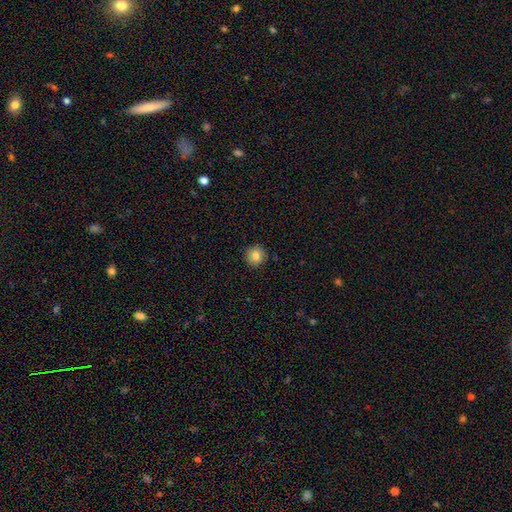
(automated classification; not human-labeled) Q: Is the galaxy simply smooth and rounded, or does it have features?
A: smooth — 83%.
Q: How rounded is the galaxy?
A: round — 94%.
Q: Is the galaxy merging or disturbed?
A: none — 91%.